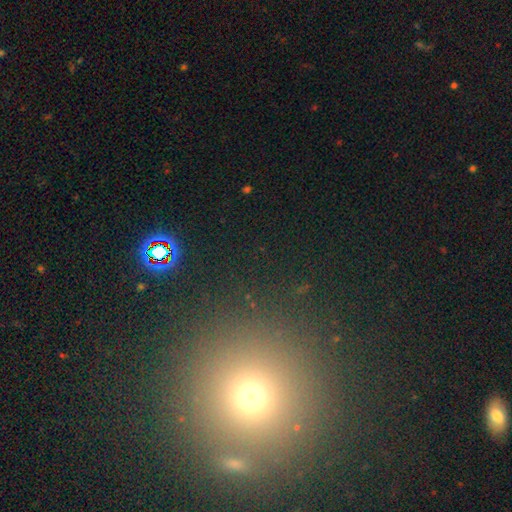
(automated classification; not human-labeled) Q: Smooth or featured?
A: star or artifact (47%); runner-up: smooth (44%)